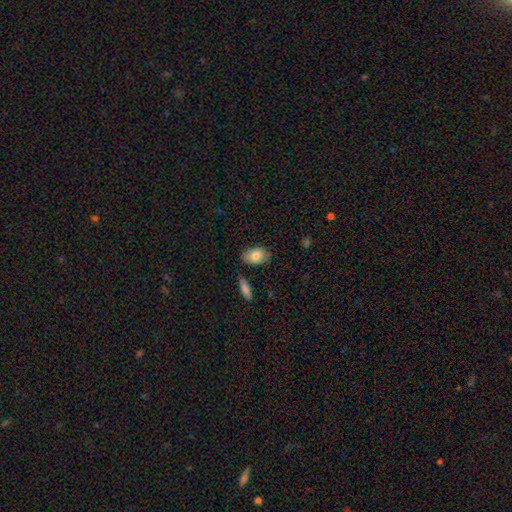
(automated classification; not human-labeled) smooth 81%, featured or disk 12%, star or artifact 7%. Down the decision tree: how rounded — in between (87%); merging — none (75%).